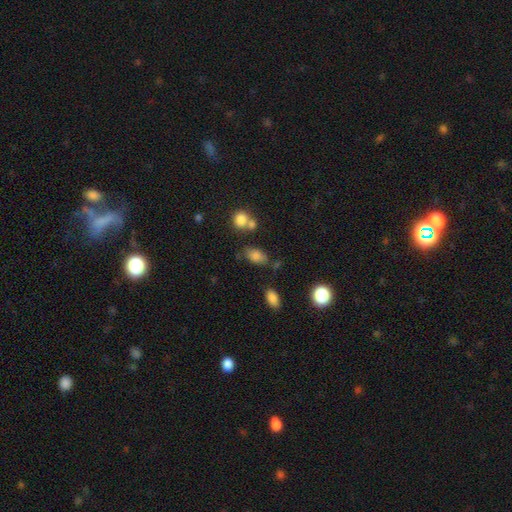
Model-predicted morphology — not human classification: Q: Smooth or featured?
A: smooth (80%); runner-up: star or artifact (11%)
Q: How rounded?
A: in between (88%); runner-up: round (10%)
Q: Merging?
A: none (62%); runner-up: minor disturbance (19%)